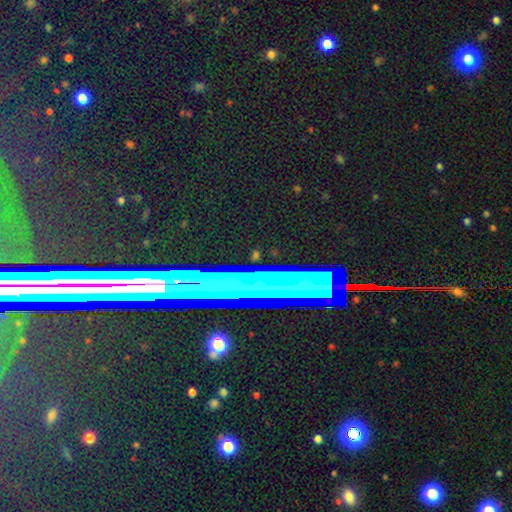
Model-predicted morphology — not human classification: Smooth or featured?
  - star or artifact: 66% *
  - featured or disk: 18%
  - smooth: 16%